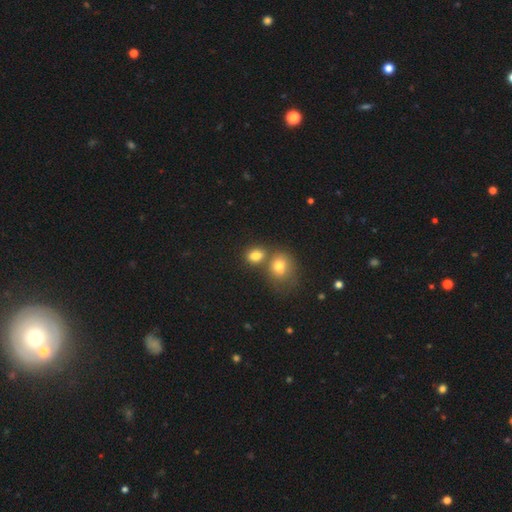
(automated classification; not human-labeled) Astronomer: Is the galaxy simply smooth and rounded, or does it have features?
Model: smooth — 79%.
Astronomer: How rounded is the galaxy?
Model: in between — 56% (runner-up: round, 43%).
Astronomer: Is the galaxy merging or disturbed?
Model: none — 44% (runner-up: merger, 41%).